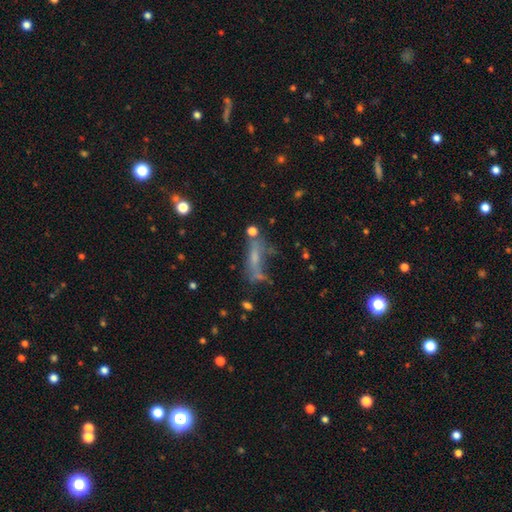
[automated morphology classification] A featured or disk galaxy (40%).

Vote fractions:
- Smooth or featured? featured or disk: 40% / smooth: 39% / star or artifact: 20%
- Merging? none: 40% / major disturbance: 24% / minor disturbance: 21% / merger: 15%